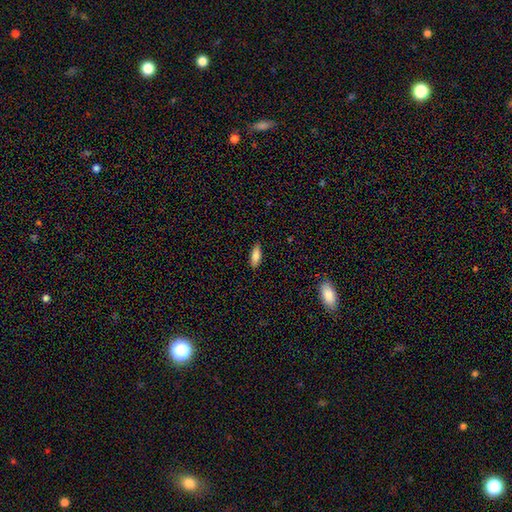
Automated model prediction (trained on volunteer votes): This appears to be a smooth galaxy with no disk features (81%) that is in between round and cigar-shaped (70%). Merging: none (87%).